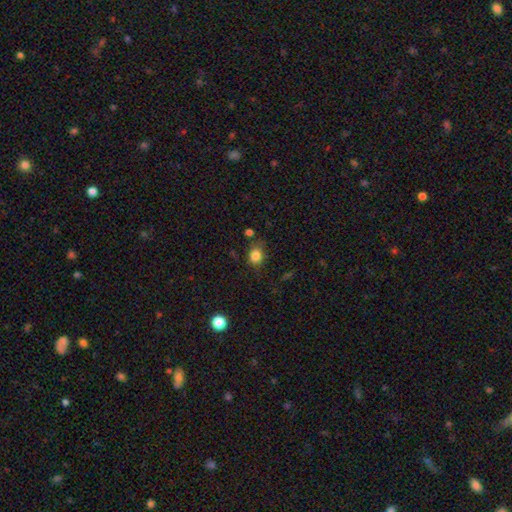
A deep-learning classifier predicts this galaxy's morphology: Q: Smooth or featured?
A: smooth (83%); runner-up: star or artifact (11%)
Q: How rounded?
A: round (53%); runner-up: in between (45%)
Q: Merging?
A: none (65%); runner-up: minor disturbance (25%)